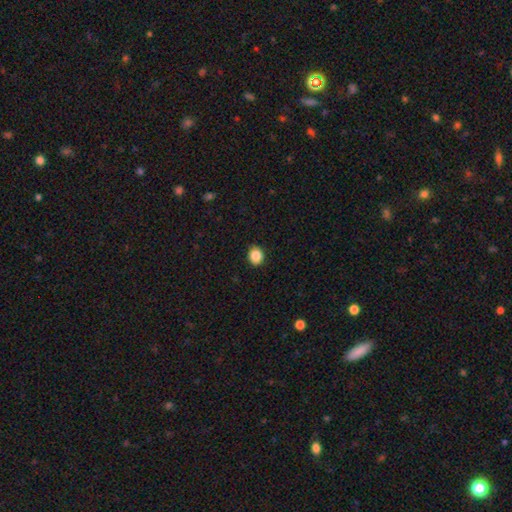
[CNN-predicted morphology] The model was most divided on "how rounded": round: 71%, in between: 28%, cigar-shaped: 1%. More confident: merging — none (91%); smooth or featured — smooth (87%).